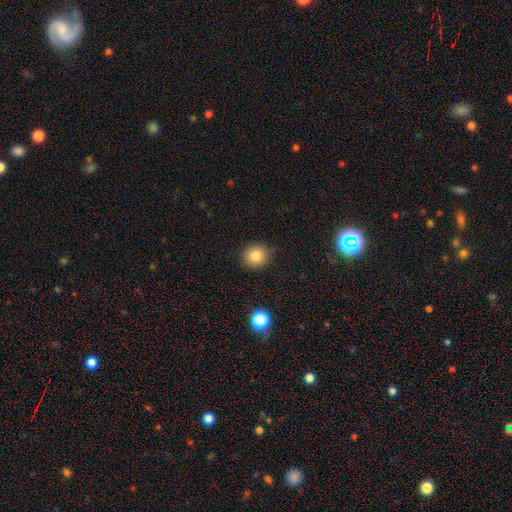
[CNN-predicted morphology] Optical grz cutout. It shows a smooth galaxy with no disk features (84%) that is round (85%). Merging: none (89%).